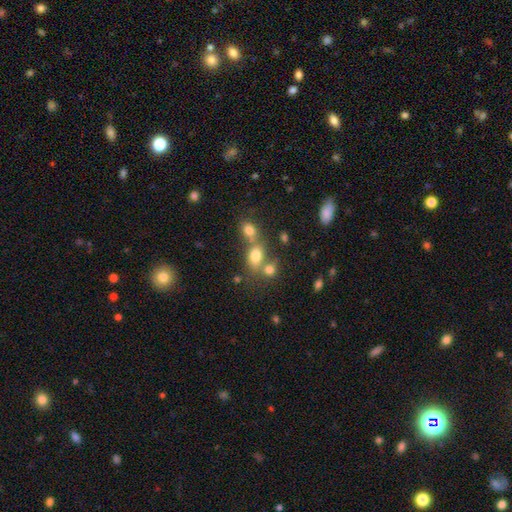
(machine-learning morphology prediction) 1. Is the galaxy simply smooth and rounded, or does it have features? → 76% smooth, 13% star or artifact, 11% featured or disk.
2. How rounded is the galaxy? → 71% in between, 27% round, 2% cigar-shaped.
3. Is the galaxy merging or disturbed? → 43% merger, 40% none, 11% minor disturbance, 6% major disturbance.